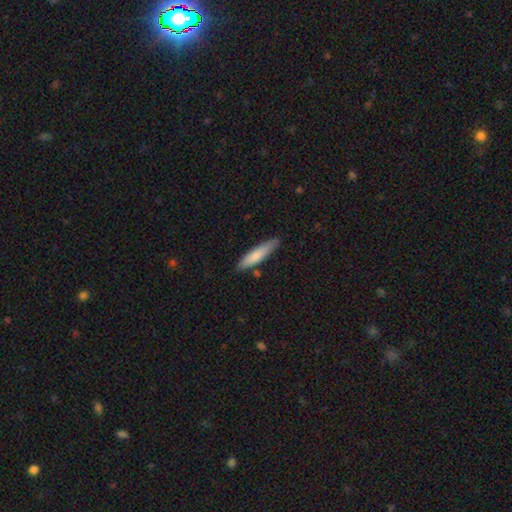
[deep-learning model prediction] smooth 78%, featured or disk 17%, star or artifact 5%. Down the decision tree: how rounded — cigar-shaped (81%); merging — none (81%).